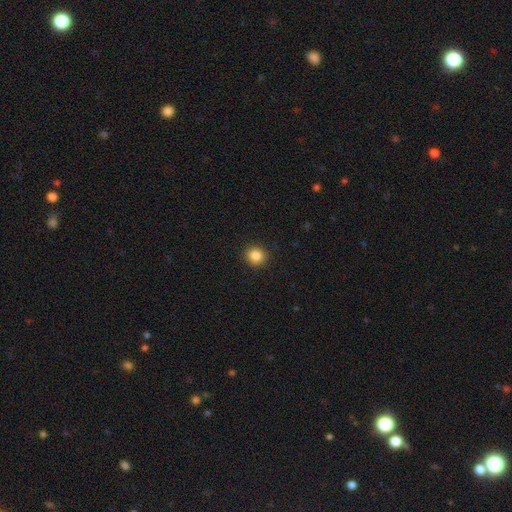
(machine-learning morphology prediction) Smooth or featured?
  - smooth: 86% *
  - star or artifact: 10%
  - featured or disk: 4%
How rounded?
  - round: 89% *
  - in between: 10%
  - cigar-shaped: 1%
Merging?
  - none: 92% *
  - minor disturbance: 6%
  - major disturbance: 2%
  - merger: 1%